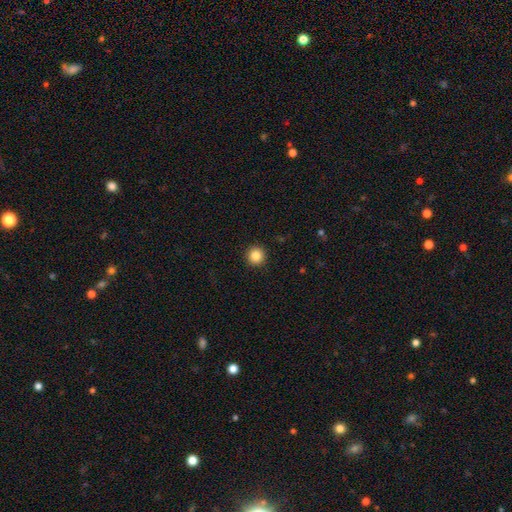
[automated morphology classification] Q: Smooth or featured?
A: smooth (86%); runner-up: star or artifact (10%)
Q: How rounded?
A: round (95%); runner-up: in between (4%)
Q: Merging?
A: none (93%); runner-up: minor disturbance (4%)